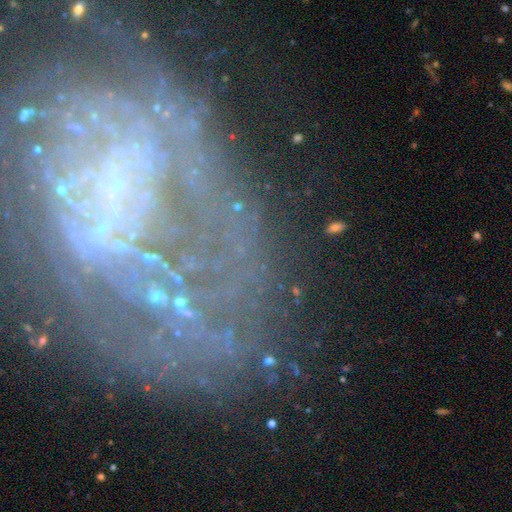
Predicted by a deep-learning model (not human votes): Q: Smooth or featured?
A: featured or disk (68%); runner-up: star or artifact (19%)
Q: Edge-on disk?
A: no (94%); runner-up: yes (6%)
Q: Bar?
A: no (62%); runner-up: weak (22%)
Q: Spiral arms?
A: yes (60%); runner-up: no (40%)
Q: Bulge size?
A: none (46%); runner-up: small (25%)
Q: Merging?
A: none (58%); runner-up: major disturbance (20%)